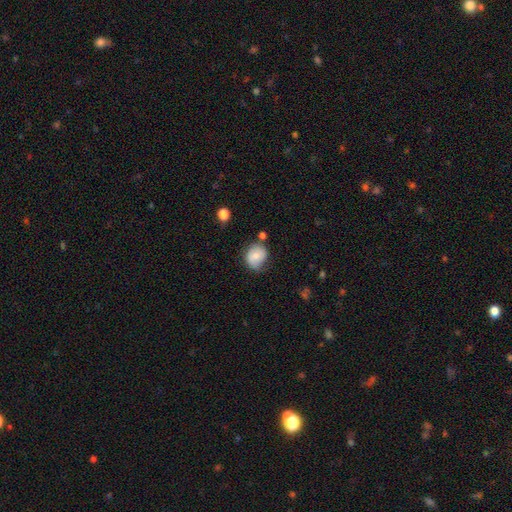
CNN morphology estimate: Smooth or featured: smooth — 73% (featured or disk — 19%)
How rounded: round — 64% (in between — 35%)
Merging: none — 58% (minor disturbance — 29%)